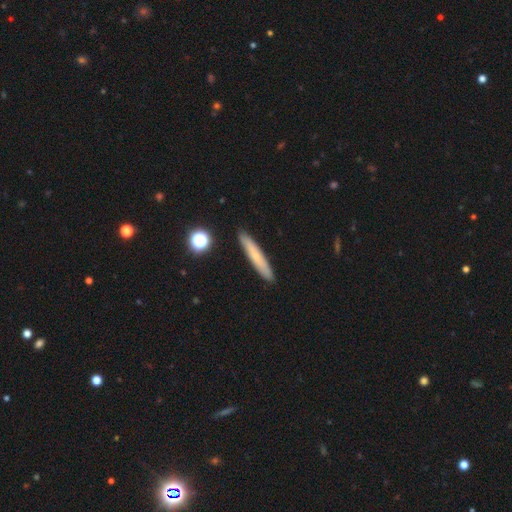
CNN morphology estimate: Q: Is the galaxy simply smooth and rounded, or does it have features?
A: smooth — 61%.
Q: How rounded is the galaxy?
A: cigar-shaped — 93%.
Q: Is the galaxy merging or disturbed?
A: none — 90%.